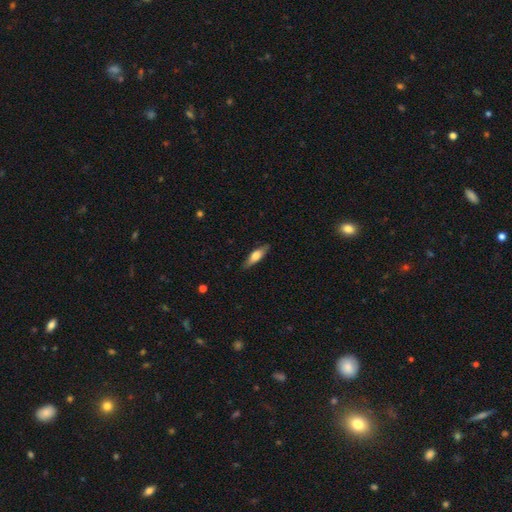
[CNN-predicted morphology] smooth-or-featured: smooth: 55% | featured or disk: 39% | star or artifact: 6%
  how-rounded: cigar-shaped: 57% | in between: 40% | round: 2%
  merging: none: 85% | minor disturbance: 11% | major disturbance: 2% | merger: 1%